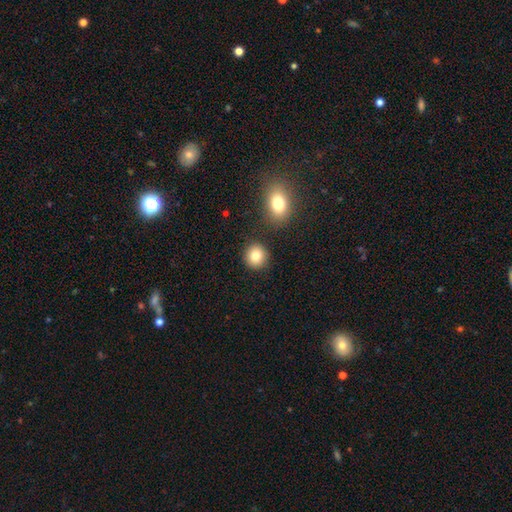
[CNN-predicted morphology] Overall: smooth (83%). How rounded: round (88%). Merging: none (86%).